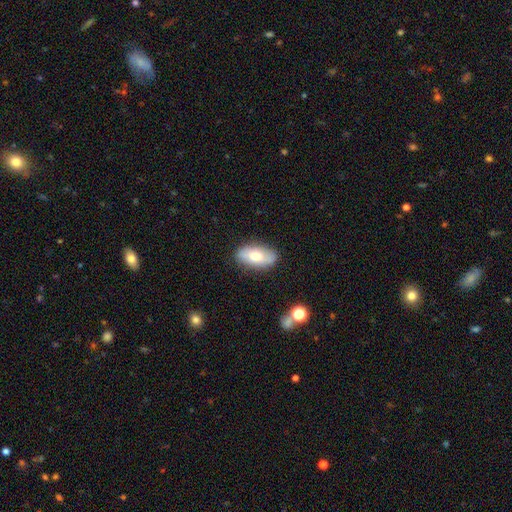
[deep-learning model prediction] This appears to be a smooth galaxy with no disk features (64%) that is in between round and cigar-shaped (91%). Merging: none (84%).